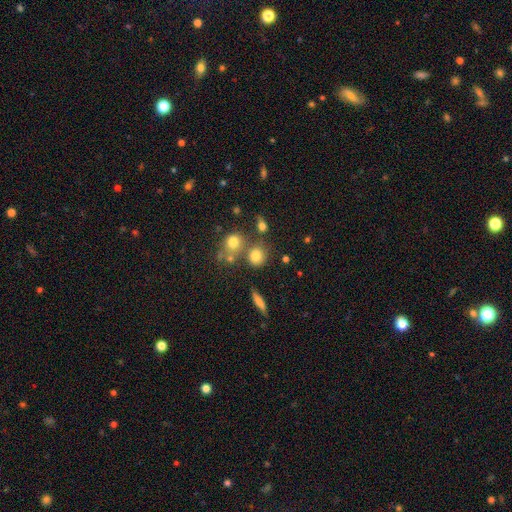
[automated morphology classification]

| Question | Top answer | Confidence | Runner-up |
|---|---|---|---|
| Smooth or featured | smooth | 77% | star or artifact (14%) |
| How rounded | round | 80% | in between (18%) |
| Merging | none | 67% | merger (18%) |